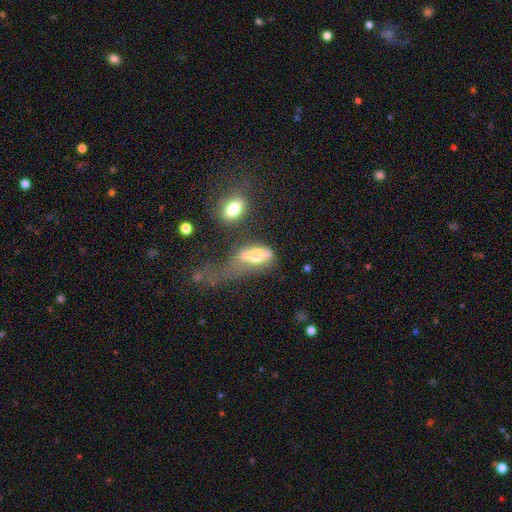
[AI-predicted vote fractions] Smooth or featured? Predicted: smooth (p=0.58). How rounded? Predicted: in between (p=0.79). Merging? Predicted: major disturbance (p=0.50).